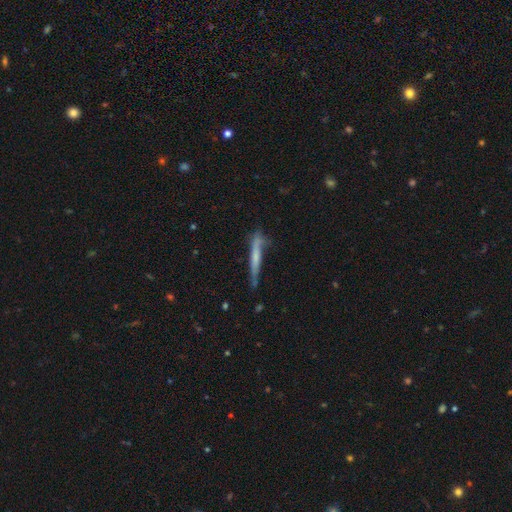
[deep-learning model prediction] Overall: smooth (50%; featured or disk 42%). How rounded: cigar-shaped (95%). Merging: none (58%; minor disturbance 28%).